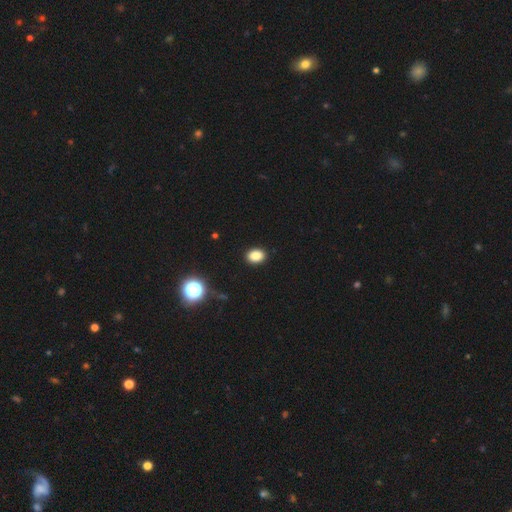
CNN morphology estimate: Overall: smooth (86%). How rounded: in between (71%). Merging: none (91%).